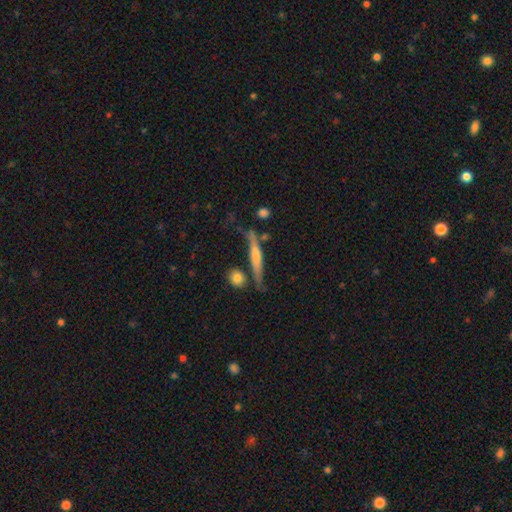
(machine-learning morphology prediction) This appears to be a featured or disk galaxy (59%) viewed edge-on (93%) with a rounded central bulge (56%). Merging: none (71%).